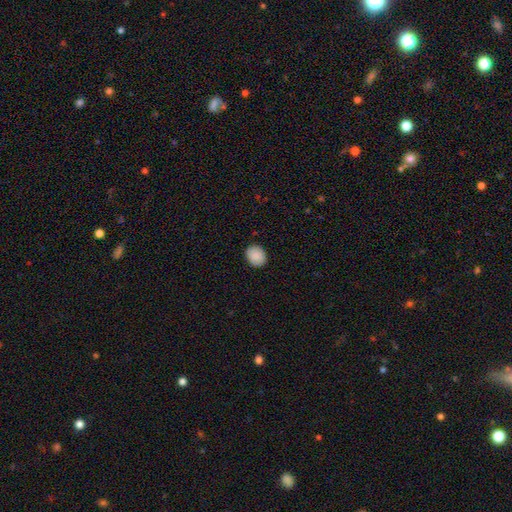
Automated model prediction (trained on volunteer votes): smooth_or_featured: smooth (p=0.90) [alt: star or artifact p=0.07]
how_rounded: round (p=0.60) [alt: in between p=0.40]
merging: none (p=0.90) [alt: minor disturbance p=0.08]